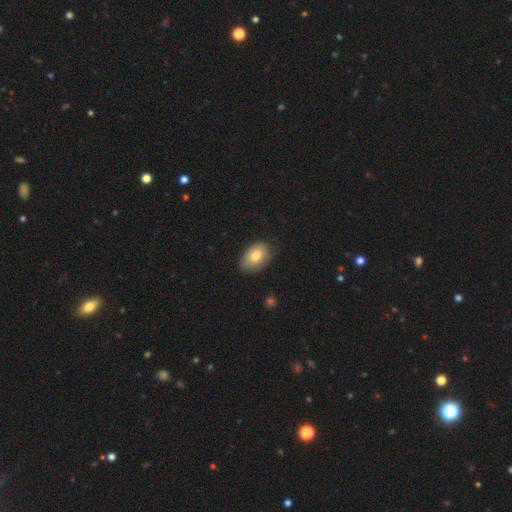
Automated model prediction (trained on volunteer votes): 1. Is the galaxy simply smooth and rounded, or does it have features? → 79% smooth, 14% featured or disk, 7% star or artifact.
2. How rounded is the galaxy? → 87% in between, 11% round, 1% cigar-shaped.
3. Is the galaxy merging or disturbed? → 80% none, 16% minor disturbance, 3% major disturbance, 1% merger.